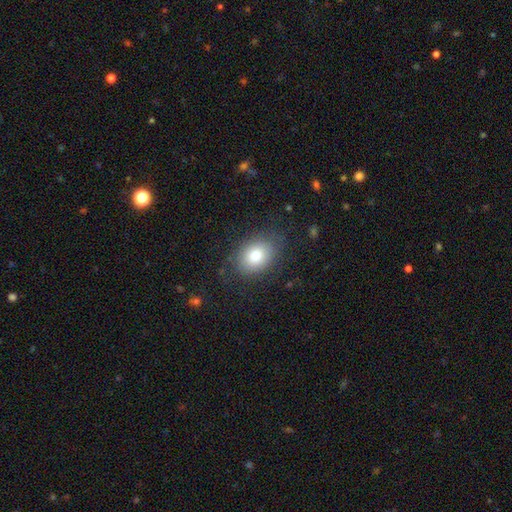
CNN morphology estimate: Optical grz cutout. It shows a smooth galaxy with no disk features (79%) that is in between round and cigar-shaped (71%). Merging: none (80%).